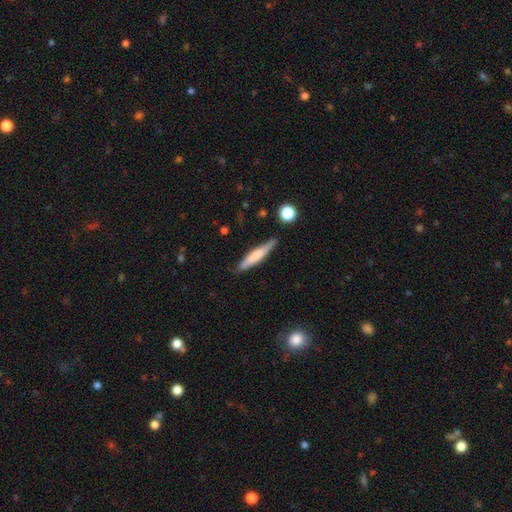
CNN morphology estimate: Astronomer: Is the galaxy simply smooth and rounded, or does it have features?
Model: smooth — 61%.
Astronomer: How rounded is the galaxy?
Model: cigar-shaped — 90%.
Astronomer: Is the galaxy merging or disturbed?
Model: none — 81%.